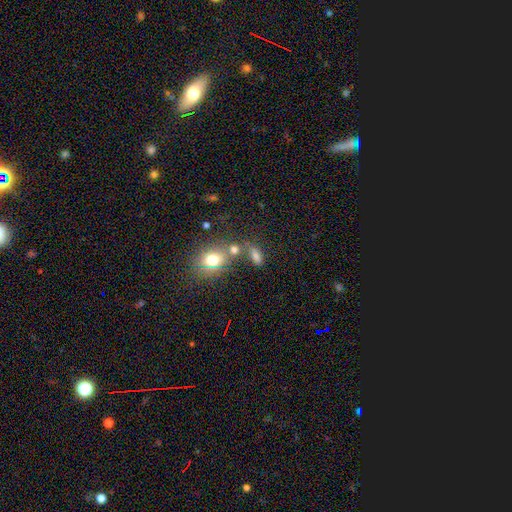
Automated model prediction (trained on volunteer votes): Overall: smooth (71%). How rounded: in between (68%). Merging: none (55%; merger 24%).